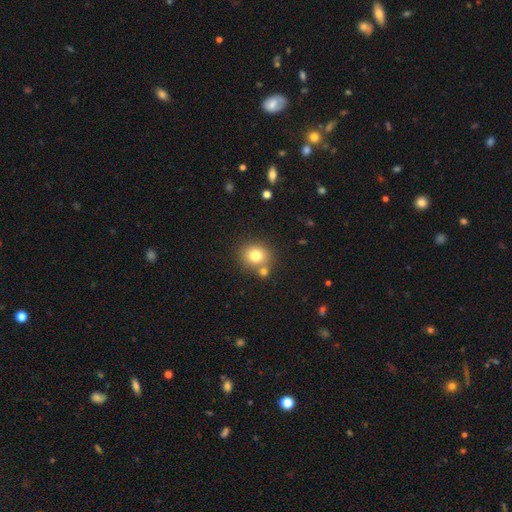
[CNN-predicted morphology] Overall: smooth (77%). How rounded: round (82%). Merging: none (70%).